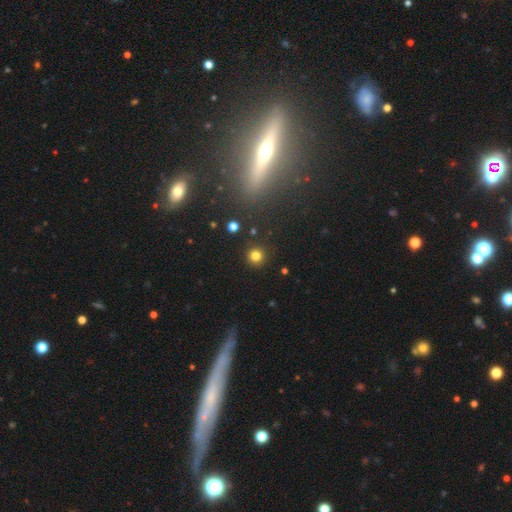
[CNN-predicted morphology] Q: Smooth or featured?
A: smooth (80%); runner-up: star or artifact (15%)
Q: How rounded?
A: round (94%); runner-up: in between (5%)
Q: Merging?
A: none (90%); runner-up: minor disturbance (5%)